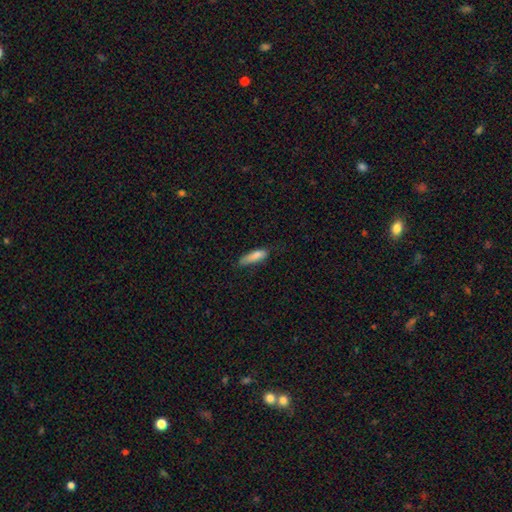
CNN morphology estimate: Q: Smooth or featured?
A: smooth (83%); runner-up: featured or disk (9%)
Q: How rounded?
A: cigar-shaped (60%); runner-up: in between (38%)
Q: Merging?
A: none (58%); runner-up: minor disturbance (32%)